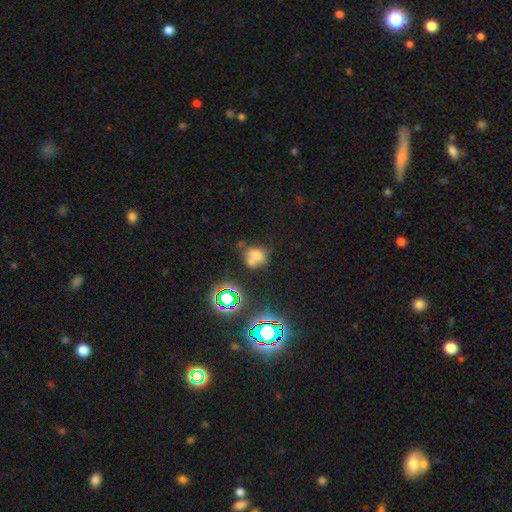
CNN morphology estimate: Smooth or featured: smooth — 61% (star or artifact — 22%)
How rounded: round — 53% (in between — 46%)
Merging: none — 40% (merger — 34%)